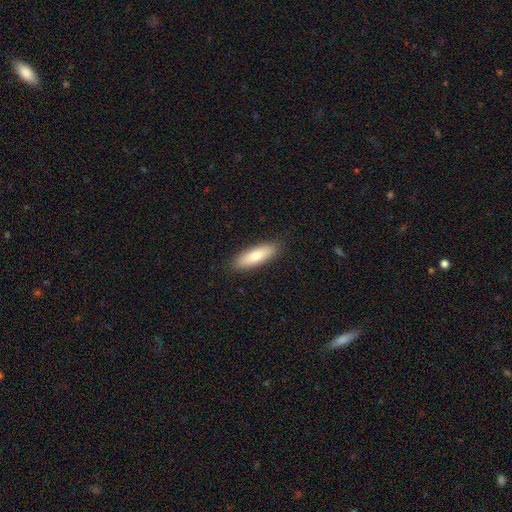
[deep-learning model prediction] A smooth galaxy with no disk features (74%) that is in between round and cigar-shaped (49%, tied with cigar-shaped).

Vote fractions:
- Smooth or featured? smooth: 74% / featured or disk: 19% / star or artifact: 6%
- How rounded? in between: 49% (tied) / cigar-shaped: 49% (tied) / round: 2%
- Merging? none: 89% / minor disturbance: 8% / major disturbance: 2% / merger: 1%